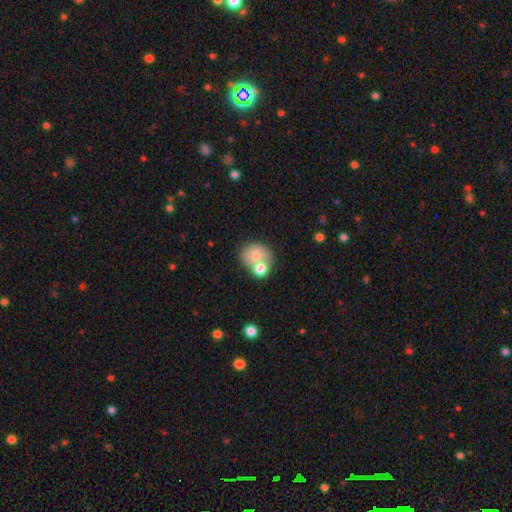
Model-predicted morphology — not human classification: Q: Smooth or featured?
A: smooth (72%); runner-up: featured or disk (20%)
Q: How rounded?
A: round (70%); runner-up: in between (29%)
Q: Merging?
A: merger (47%); runner-up: none (40%)